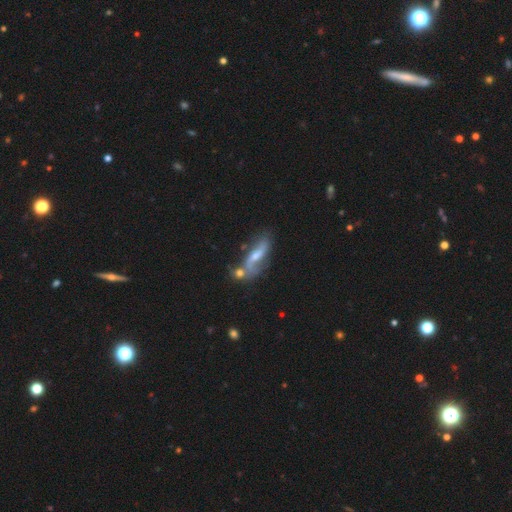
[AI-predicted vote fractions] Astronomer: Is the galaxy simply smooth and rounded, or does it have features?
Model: featured or disk — 67%.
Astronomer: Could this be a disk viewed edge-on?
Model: no — 78%.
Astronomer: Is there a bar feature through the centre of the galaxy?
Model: weak — 42% (runner-up: no, 37%).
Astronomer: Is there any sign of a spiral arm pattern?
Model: yes — 81%.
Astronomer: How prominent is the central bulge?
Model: small — 45% (runner-up: moderate, 43%).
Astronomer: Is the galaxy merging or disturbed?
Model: none — 47% (runner-up: merger, 25%).